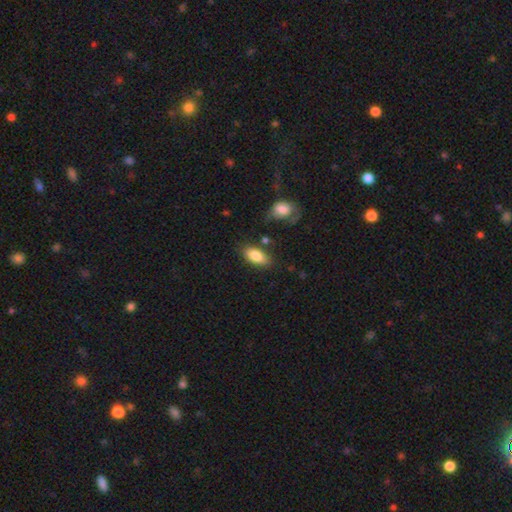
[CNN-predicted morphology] smooth 84%, featured or disk 9%, star or artifact 7%. Down the decision tree: how rounded — in between (90%); merging — none (77%).